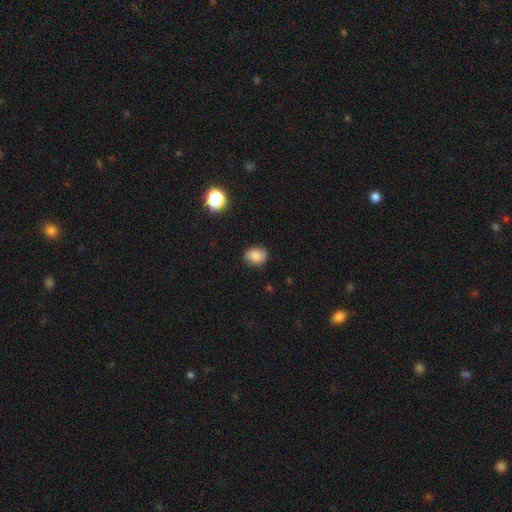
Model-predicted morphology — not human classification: Overall: smooth (81%). How rounded: in between (61%; round 38%). Merging: none (81%).